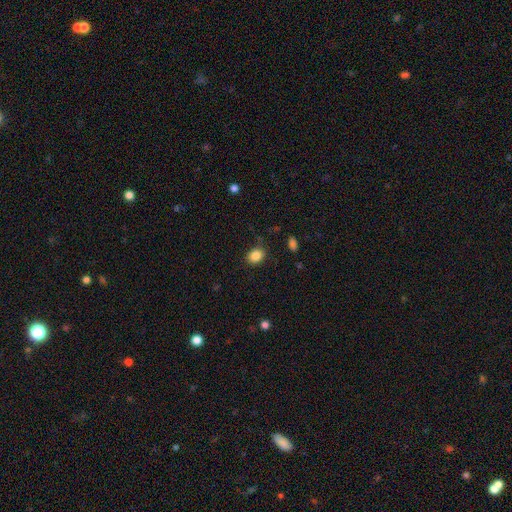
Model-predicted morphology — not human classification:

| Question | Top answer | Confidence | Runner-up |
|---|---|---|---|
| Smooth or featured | smooth | 86% | star or artifact (10%) |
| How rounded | round | 54% | in between (46%) |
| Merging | none | 83% | minor disturbance (12%) |